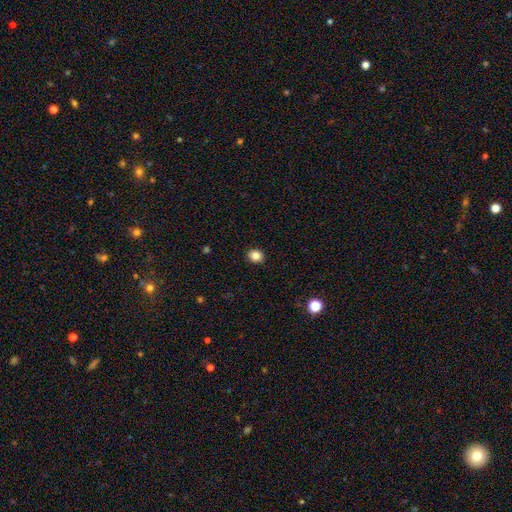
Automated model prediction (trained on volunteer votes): The model was most divided on "how rounded": round: 66%, in between: 33%, cigar-shaped: 1%. More confident: merging — none (91%); smooth or featured — smooth (84%).